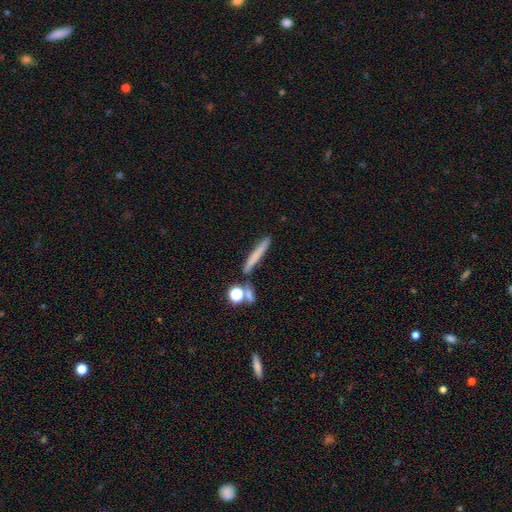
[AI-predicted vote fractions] A smooth galaxy with no disk features (63%) that is cigar-shaped (88%). Merging: none (77%).